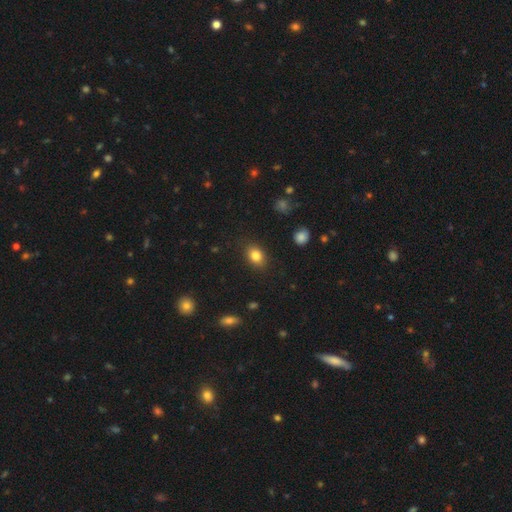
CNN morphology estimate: Smooth or featured: smooth — 83% (star or artifact — 10%)
How rounded: in between — 74% (round — 25%)
Merging: none — 86% (minor disturbance — 10%)